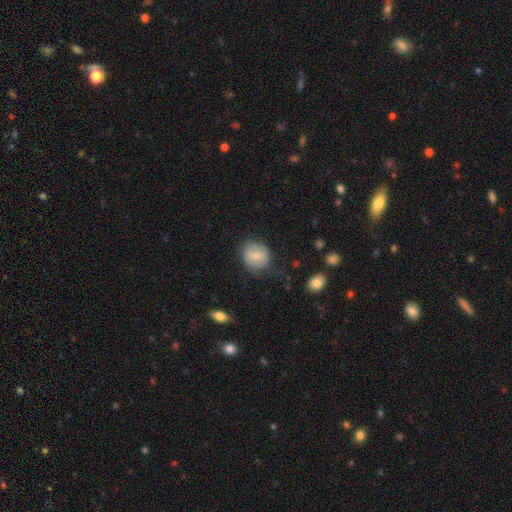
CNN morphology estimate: Smooth or featured? Predicted: smooth (p=0.71). How rounded? Predicted: round (p=0.71). Merging? Predicted: none (p=0.64).